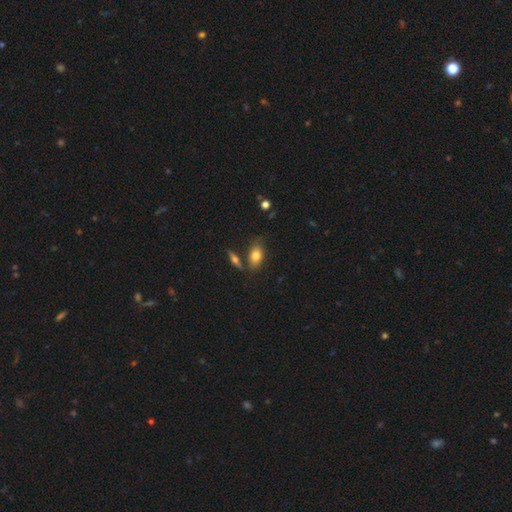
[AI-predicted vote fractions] smooth_or_featured: smooth (p=0.77) [alt: featured or disk p=0.15]
how_rounded: in between (p=0.86) [alt: round p=0.08]
merging: none (p=0.69) [alt: merger p=0.14]